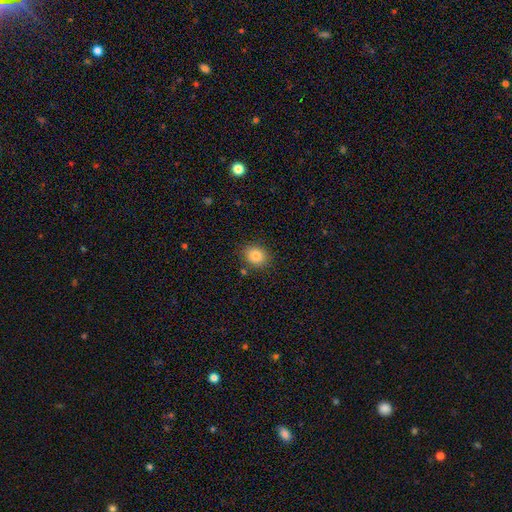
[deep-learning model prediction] A smooth galaxy with no disk features (84%) that is round (64%).

Vote fractions:
- Smooth or featured? smooth: 84% / star or artifact: 10% / featured or disk: 6%
- How rounded? round: 64% / in between: 35% / cigar-shaped: 1%
- Merging? none: 85% / minor disturbance: 10% / merger: 3% / major disturbance: 3%